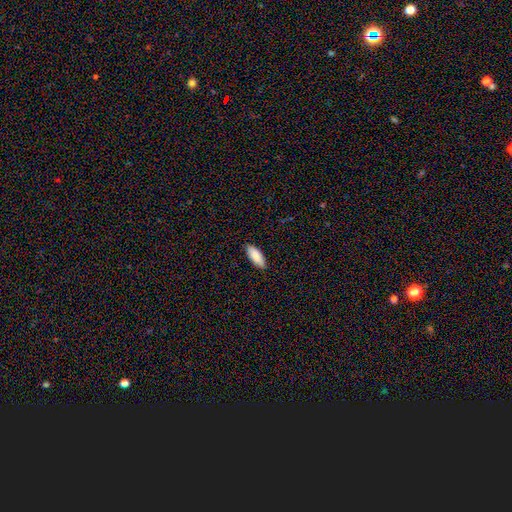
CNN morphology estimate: This appears to be a smooth galaxy with no disk features (89%) that is in between round and cigar-shaped (78%). Merging: none (88%).